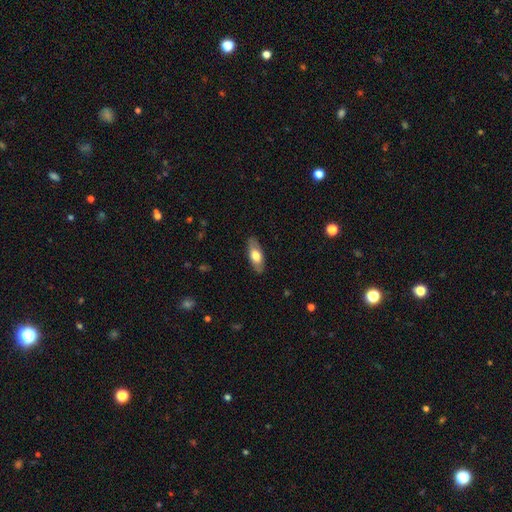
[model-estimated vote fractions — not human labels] Smooth or featured?
  - smooth: 65% *
  - featured or disk: 30%
  - star or artifact: 6%
How rounded?
  - in between: 79% *
  - cigar-shaped: 18%
  - round: 3%
Merging?
  - none: 85% *
  - minor disturbance: 11%
  - major disturbance: 2%
  - merger: 1%